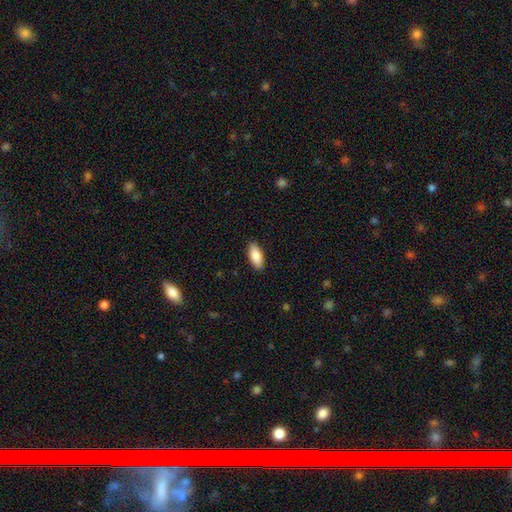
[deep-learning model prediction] Smooth or featured? Predicted: smooth (p=0.86). How rounded? Predicted: in between (p=0.85). Merging? Predicted: none (p=0.89).